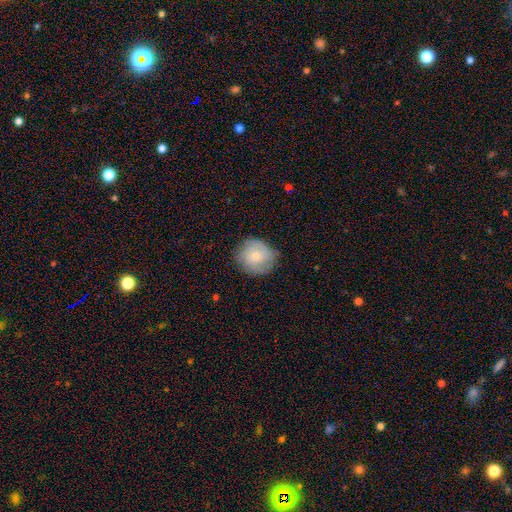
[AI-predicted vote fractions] The model was most divided on "smooth or featured": smooth: 66%, featured or disk: 27%, star or artifact: 7%. More confident: how rounded — round (87%); merging — none (75%).